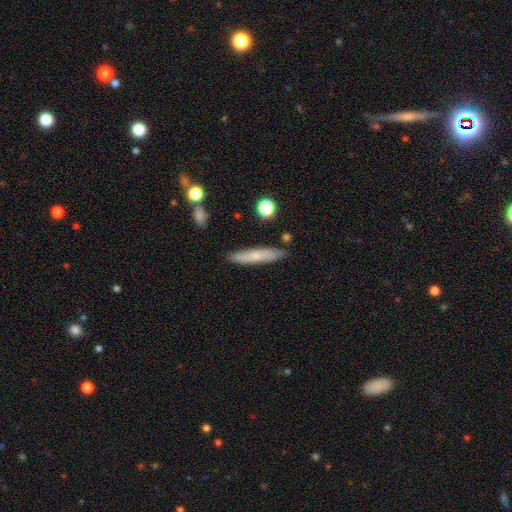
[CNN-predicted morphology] This appears to be a smooth galaxy with no disk features (63%) that is cigar-shaped (87%). Merging: none (85%).